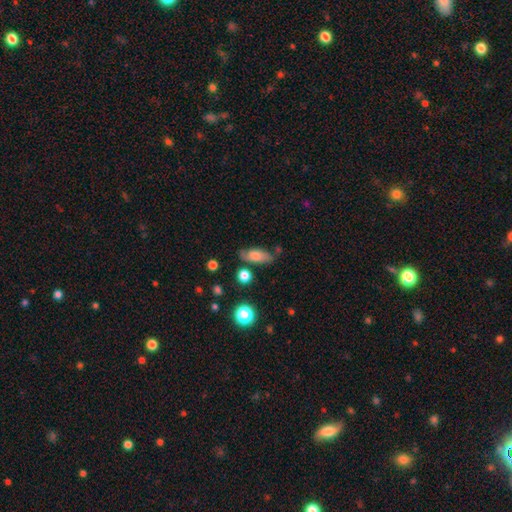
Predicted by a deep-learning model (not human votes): Smooth or featured?
  - smooth: 71% *
  - featured or disk: 20%
  - star or artifact: 9%
How rounded?
  - in between: 75% *
  - cigar-shaped: 20%
  - round: 5%
Merging?
  - none: 67% *
  - minor disturbance: 21%
  - merger: 6%
  - major disturbance: 6%